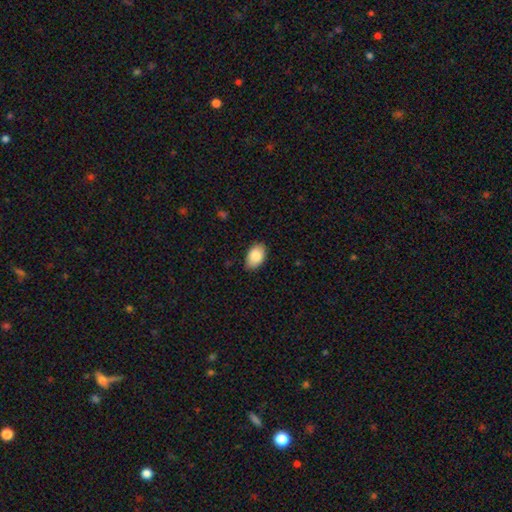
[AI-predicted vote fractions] Morphology: type=smooth (86%); roundness=in between (90%); merging=none (83%).